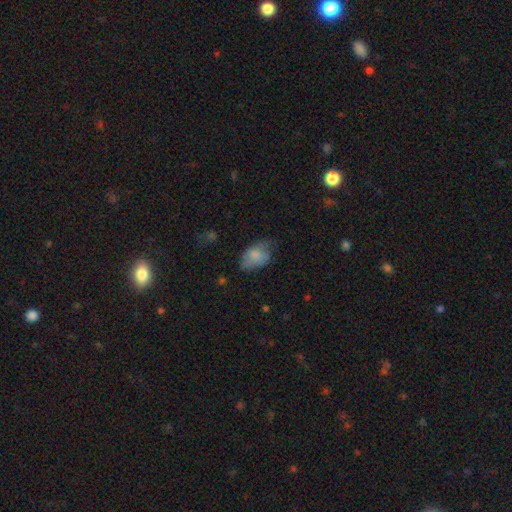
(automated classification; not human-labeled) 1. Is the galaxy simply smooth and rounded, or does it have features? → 74% smooth, 18% featured or disk, 9% star or artifact.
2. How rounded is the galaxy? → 87% in between, 12% round, 1% cigar-shaped.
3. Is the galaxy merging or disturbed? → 42% none, 36% minor disturbance, 20% major disturbance, 2% merger.